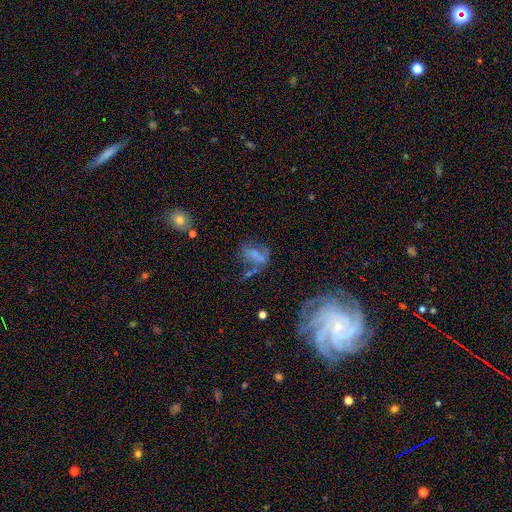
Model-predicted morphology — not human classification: This appears to be a smooth galaxy with no disk features (45%). Merging: major disturbance (32%).